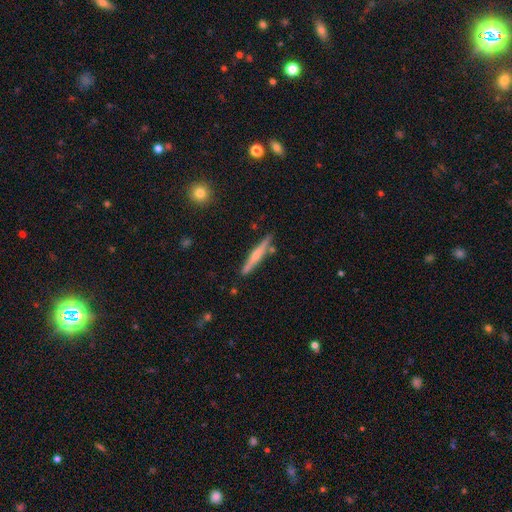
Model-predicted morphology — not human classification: smooth-or-featured: featured or disk: 56% | smooth: 38% | star or artifact: 6%
  disk-edge-on: yes: 97% | no: 3%
    edge-on-bulge: rounded: 64% | none: 27% | boxy: 9%
  merging: none: 85% | minor disturbance: 9% | merger: 3% | major disturbance: 2%